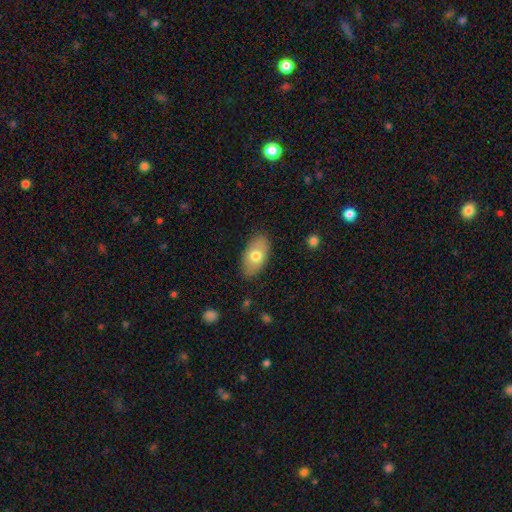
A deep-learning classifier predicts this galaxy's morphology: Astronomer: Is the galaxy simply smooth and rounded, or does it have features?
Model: smooth — 72%.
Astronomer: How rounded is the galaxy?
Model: in between — 93%.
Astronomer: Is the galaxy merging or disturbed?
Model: none — 85%.